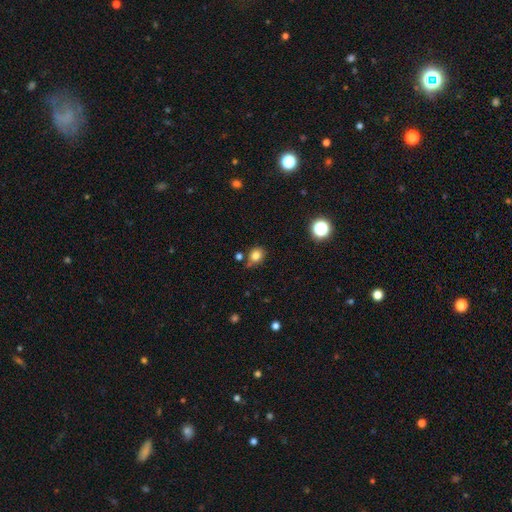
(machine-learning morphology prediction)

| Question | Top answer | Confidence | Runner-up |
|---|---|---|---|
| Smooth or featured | smooth | 80% | star or artifact (13%) |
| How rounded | round | 65% | in between (34%) |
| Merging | none | 71% | minor disturbance (17%) |